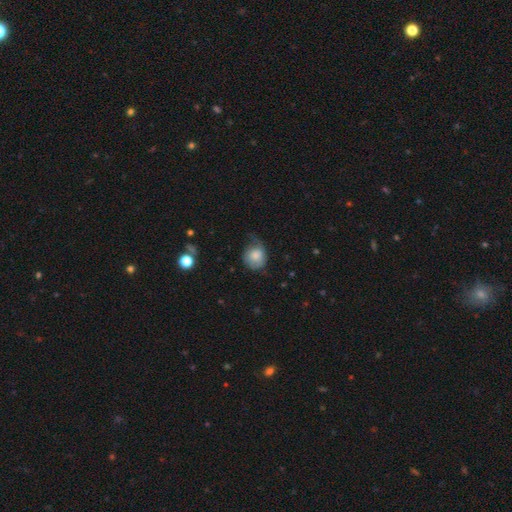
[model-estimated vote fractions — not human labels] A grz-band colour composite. It shows a smooth galaxy with no disk features (71%) that is round (69%). Merging: minor disturbance (39%).